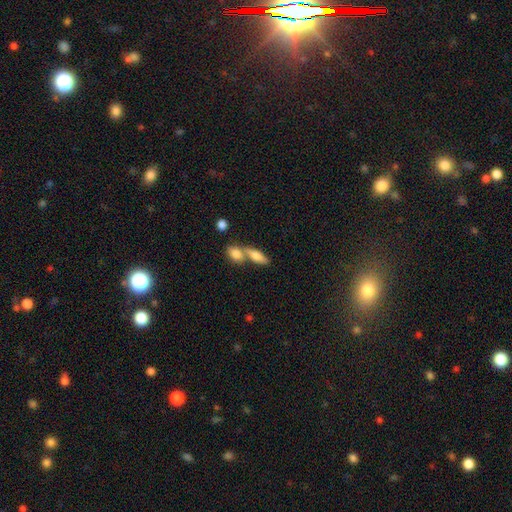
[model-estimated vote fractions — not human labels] Morphology: type=smooth (72%); roundness=in between (67%); merging=merger (53%).